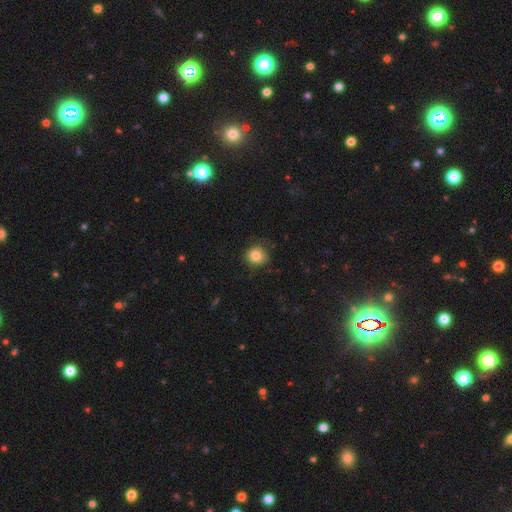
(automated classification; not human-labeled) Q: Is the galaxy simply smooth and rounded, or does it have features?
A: smooth — 83%.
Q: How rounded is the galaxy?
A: round — 86%.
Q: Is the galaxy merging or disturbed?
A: none — 79%.